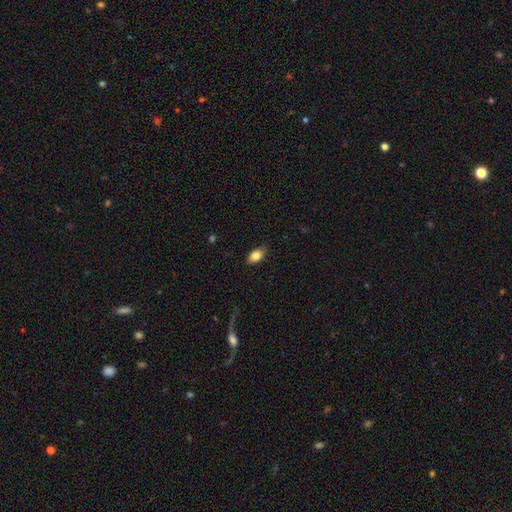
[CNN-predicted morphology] smooth-or-featured: smooth: 84% | featured or disk: 8% | star or artifact: 8%
  how-rounded: in between: 89% | round: 8% | cigar-shaped: 3%
  merging: none: 84% | minor disturbance: 12% | major disturbance: 2% | merger: 1%